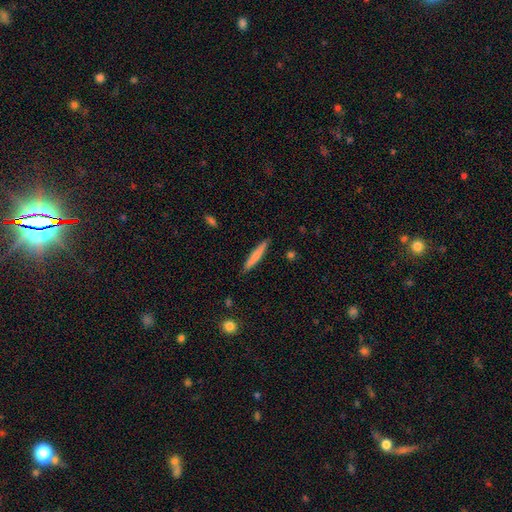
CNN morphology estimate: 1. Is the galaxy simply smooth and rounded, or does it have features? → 69% smooth, 26% featured or disk, 6% star or artifact.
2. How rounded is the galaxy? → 95% cigar-shaped, 4% in between, 1% round.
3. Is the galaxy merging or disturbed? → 89% none, 8% minor disturbance, 1% major disturbance, 1% merger.